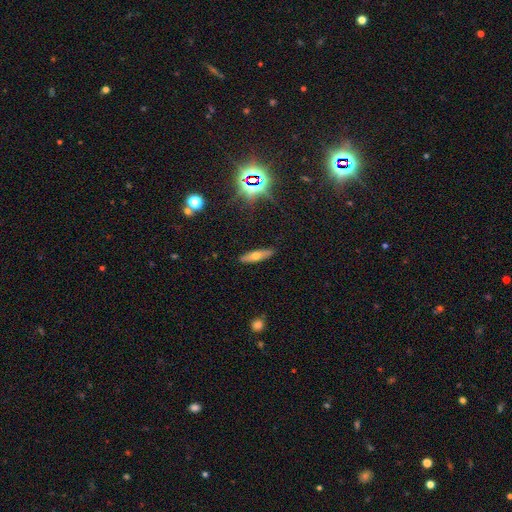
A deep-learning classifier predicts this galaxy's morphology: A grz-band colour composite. It shows a smooth galaxy with no disk features (54%) that is cigar-shaped (66%). Merging: none (88%).